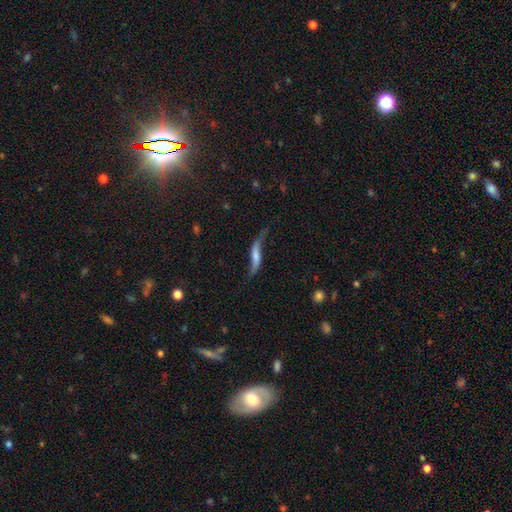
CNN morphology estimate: smooth_or_featured: featured or disk (p=0.66) [alt: smooth p=0.26]
disk_edge_on: no (p=0.69) [alt: yes p=0.31]
merging: none (p=0.55) [alt: minor disturbance p=0.24]